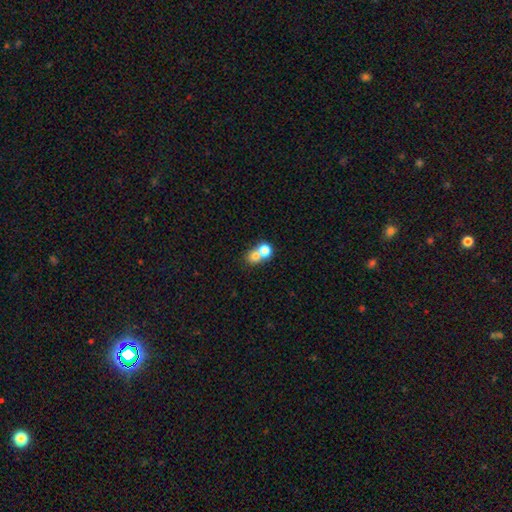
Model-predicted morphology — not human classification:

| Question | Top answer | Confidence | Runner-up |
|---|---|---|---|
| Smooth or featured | smooth | 73% | featured or disk (15%) |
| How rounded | round | 75% | in between (24%) |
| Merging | merger | 61% | none (31%) |